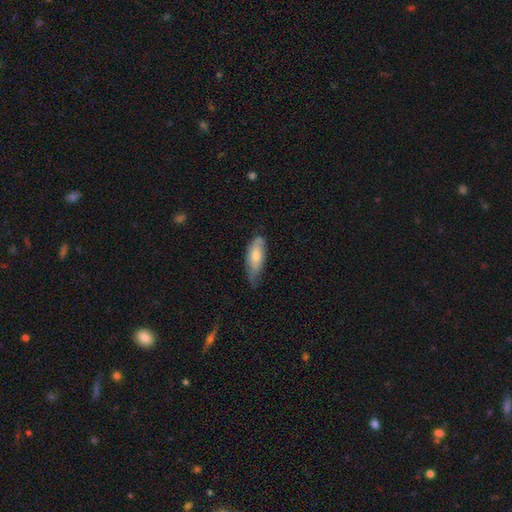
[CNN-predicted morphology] smooth-or-featured: smooth: 66% | featured or disk: 28% | star or artifact: 6%
  how-rounded: in between: 69% | cigar-shaped: 28% | round: 2%
  merging: none: 47% | minor disturbance: 41% | major disturbance: 10% | merger: 2%